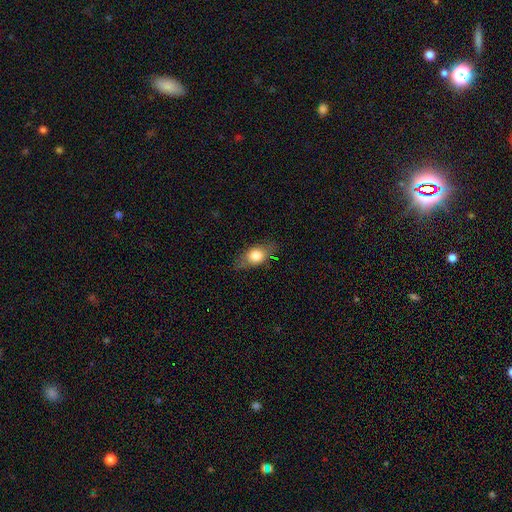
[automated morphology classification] This appears to be a smooth galaxy with no disk features (68%) that is in between round and cigar-shaped (75%). Merging: none (77%).